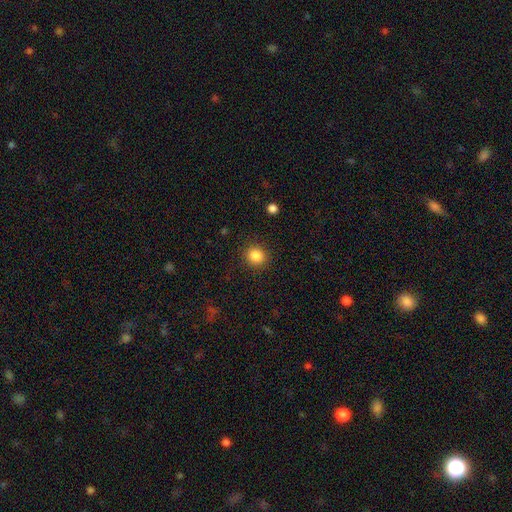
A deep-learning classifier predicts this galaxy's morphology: A smooth galaxy with no disk features (85%) that is round (87%). Merging: none (89%).